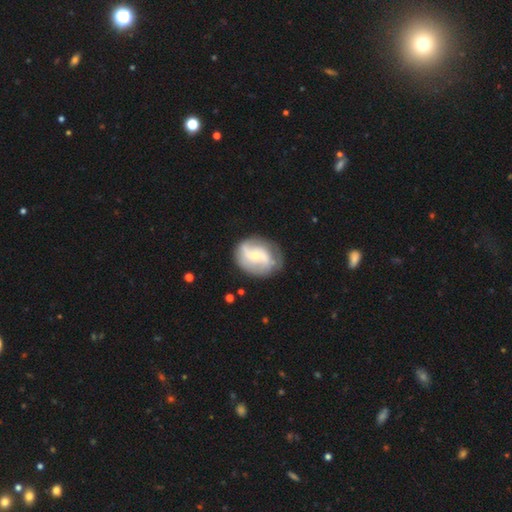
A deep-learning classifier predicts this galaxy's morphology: Smooth or featured?
  - featured or disk: 72% *
  - smooth: 22%
  - star or artifact: 6%
Edge-on disk?
  - no: 97% *
  - yes: 3%
Bar?
  - no: 44% *
  - weak: 40%
  - strong: 16%
Spiral arms?
  - yes: 88% *
  - no: 12%
Spiral winding?
  - loose: 43% *
  - medium: 38%
  - tight: 19%
Spiral arm count?
  - 2: 74% *
  - can't tell: 13%
  - 3: 5%
  - 1: 5%
  - 4: 2%
  - more than 4: 2%
Bulge size?
  - small: 65% *
  - moderate: 29%
  - none: 3%
  - large: 2%
  - dominant: 1%
Merging?
  - none: 69% *
  - minor disturbance: 20%
  - major disturbance: 9%
  - merger: 2%